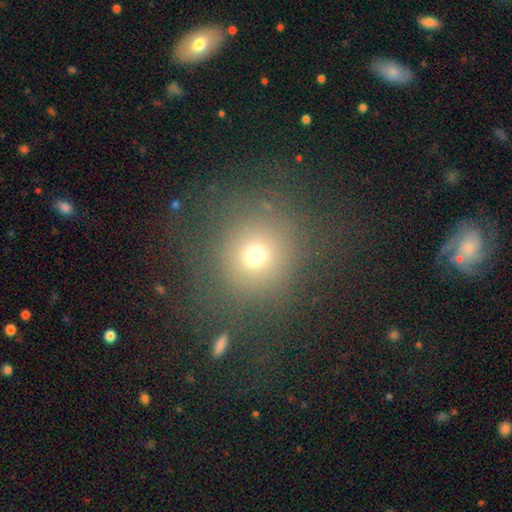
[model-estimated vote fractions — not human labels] smooth 68%, star or artifact 21%, featured or disk 11%. Down the decision tree: how rounded — round (89%); merging — none (78%).